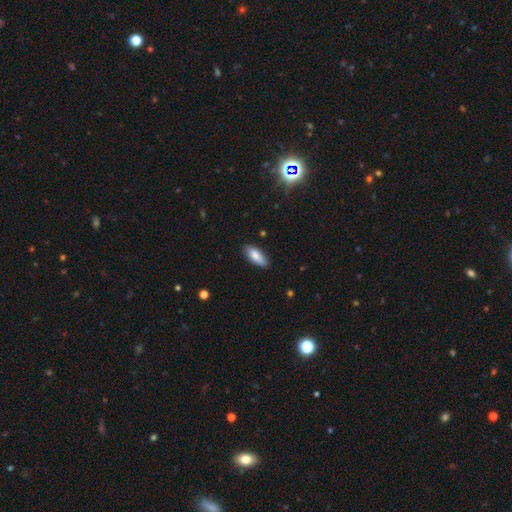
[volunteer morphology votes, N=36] Smooth or featured: smooth — 86% (featured or disk — 11%)
How rounded: in between — 71% (cigar-shaped — 26%)
Merging: none — 86% (minor disturbance — 14%)